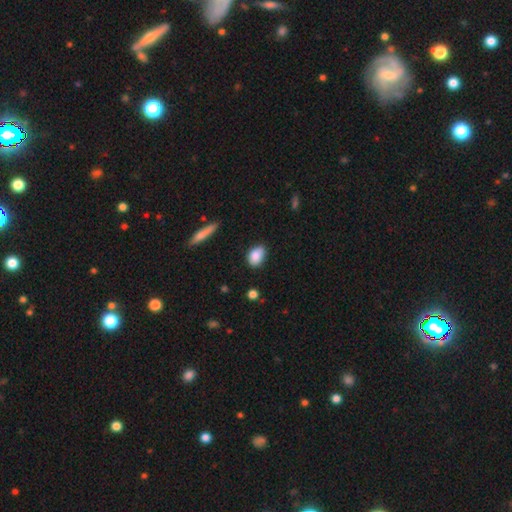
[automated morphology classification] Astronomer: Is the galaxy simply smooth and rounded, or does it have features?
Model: smooth — 86%.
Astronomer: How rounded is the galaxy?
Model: in between — 79%.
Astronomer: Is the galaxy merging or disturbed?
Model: none — 77%.